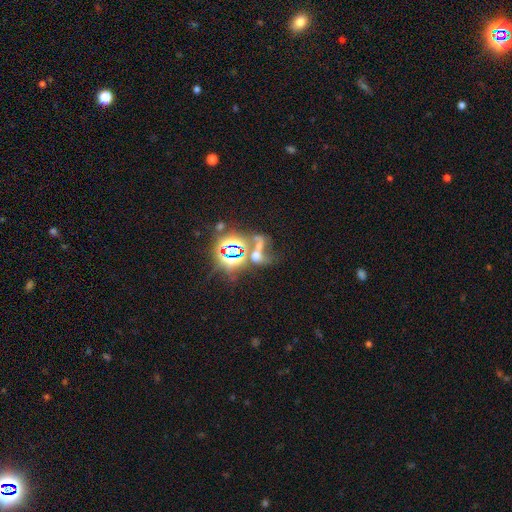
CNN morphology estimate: smooth-or-featured: star or artifact: 51% | smooth: 25% | featured or disk: 24%